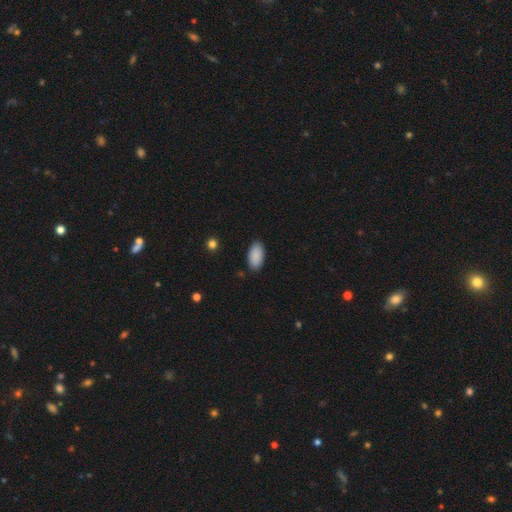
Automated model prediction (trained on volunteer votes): Smooth or featured? Predicted: smooth (p=0.90). How rounded? Predicted: in between (p=0.95). Merging? Predicted: none (p=0.87).